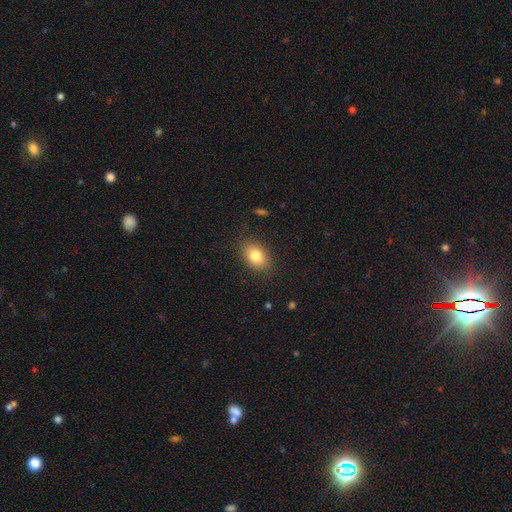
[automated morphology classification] type=smooth (81%); roundness=in between (81%); merging=none (85%).